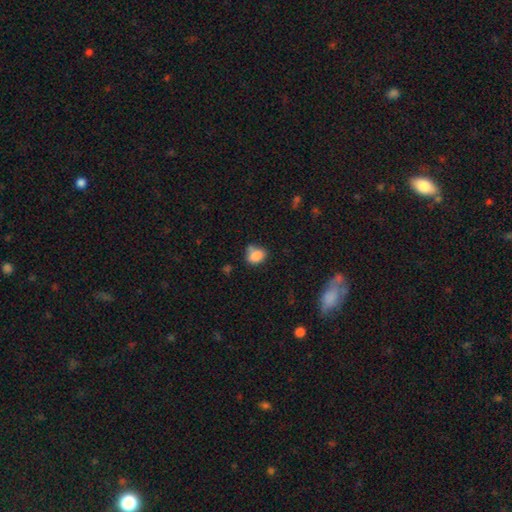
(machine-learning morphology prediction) Smooth or featured? smooth (84%)
How rounded? in between (65%)
Merging? none (53%)